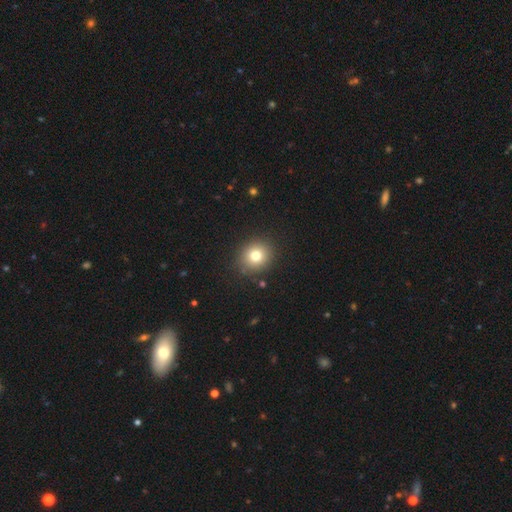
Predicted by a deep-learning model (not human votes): Overall: smooth (78%). How rounded: round (83%). Merging: none (89%).